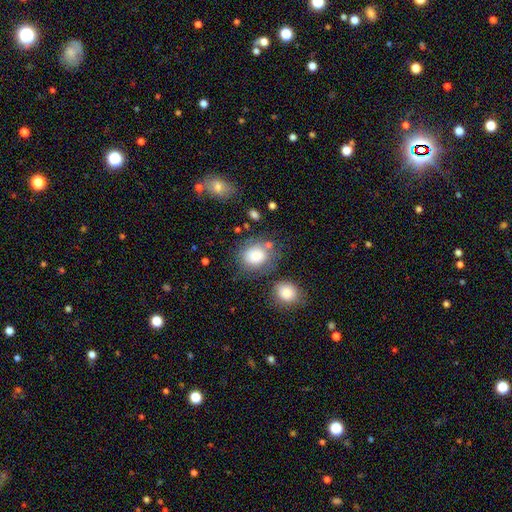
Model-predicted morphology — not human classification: The model was most divided on "how rounded": round: 58%, in between: 41%, cigar-shaped: 1%. More confident: smooth or featured — smooth (81%); merging — none (63%).